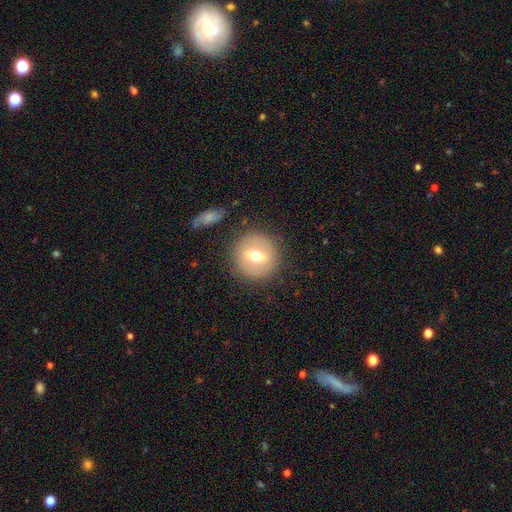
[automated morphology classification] smooth_or_featured: smooth (p=0.50) [alt: featured or disk p=0.42]
merging: none (p=0.85) [alt: minor disturbance p=0.09]